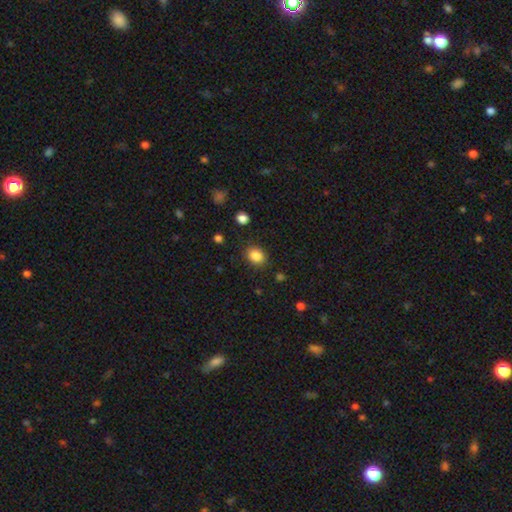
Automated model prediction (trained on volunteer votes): Smooth or featured?
  - smooth: 86% *
  - star or artifact: 10%
  - featured or disk: 5%
How rounded?
  - in between: 51% *
  - round: 48%
  - cigar-shaped: 1%
Merging?
  - none: 85% *
  - minor disturbance: 10%
  - major disturbance: 3%
  - merger: 2%